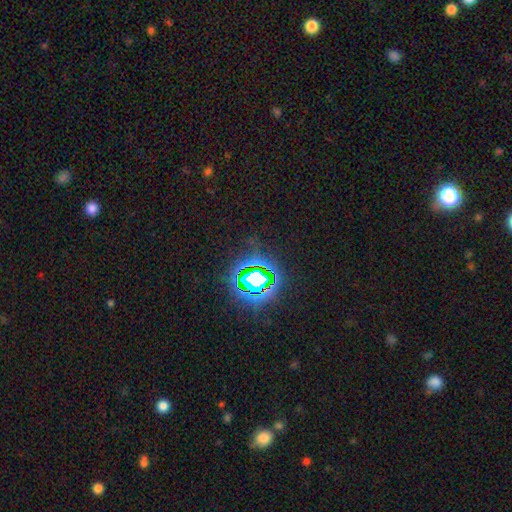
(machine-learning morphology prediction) Q: Smooth or featured?
A: star or artifact (80%); runner-up: smooth (12%)